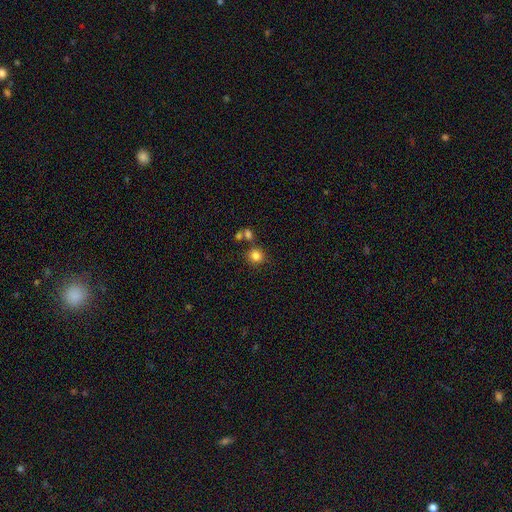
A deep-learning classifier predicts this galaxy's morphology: The model was most divided on "merging": none: 74%, merger: 12%, minor disturbance: 10%, major disturbance: 4%. More confident: how rounded — round (88%); smooth or featured — smooth (82%).